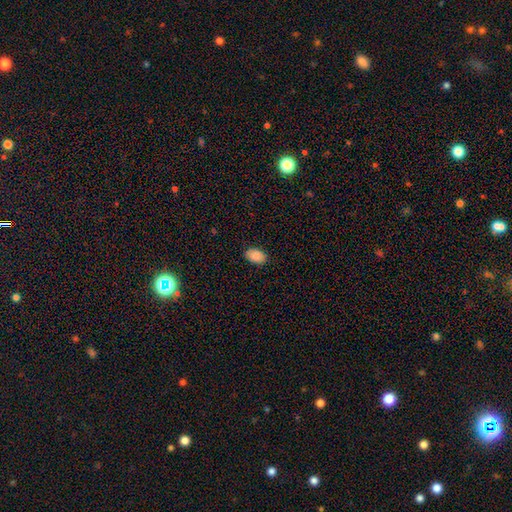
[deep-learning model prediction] Overall: smooth (89%). How rounded: in between (90%). Merging: none (88%).